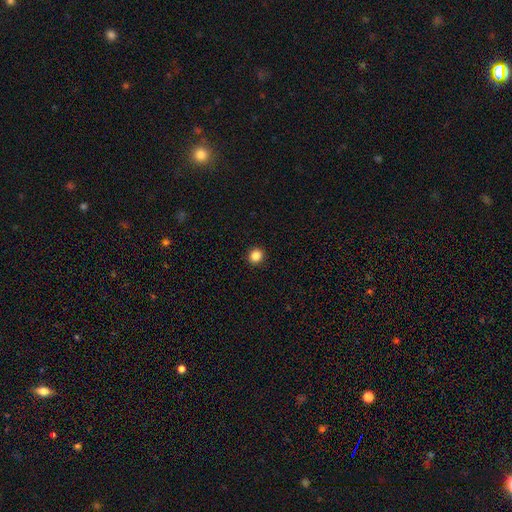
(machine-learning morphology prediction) Smooth or featured?
  - smooth: 86% *
  - star or artifact: 11%
  - featured or disk: 4%
How rounded?
  - round: 87% *
  - in between: 12%
  - cigar-shaped: 1%
Merging?
  - none: 93% *
  - minor disturbance: 5%
  - major disturbance: 2%
  - merger: 1%